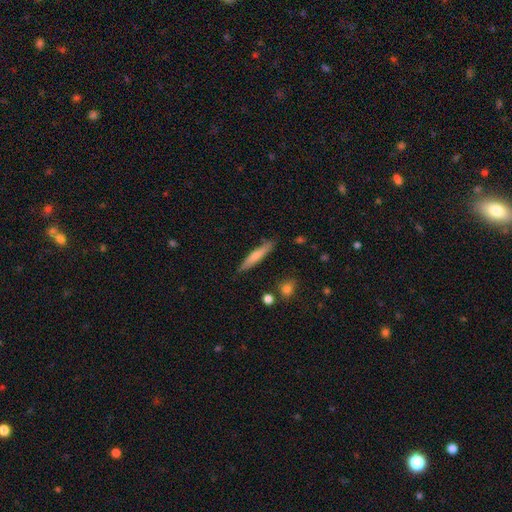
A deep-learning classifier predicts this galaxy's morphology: This appears to be a smooth galaxy with no disk features (68%) that is cigar-shaped (89%). Merging: none (82%).